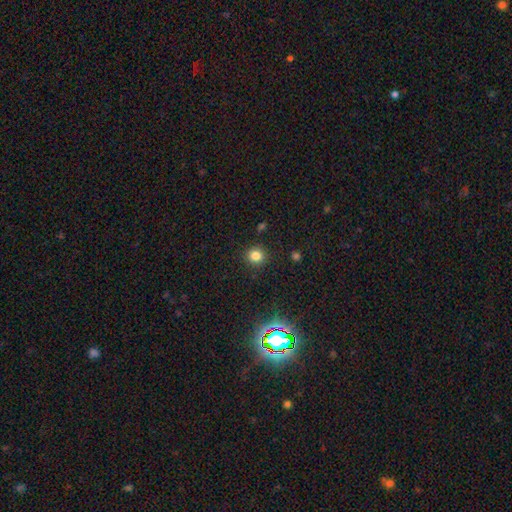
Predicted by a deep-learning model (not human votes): This is likely a smooth galaxy (79%). How rounded: clearly round (91%). Merging: clearly none (90%).